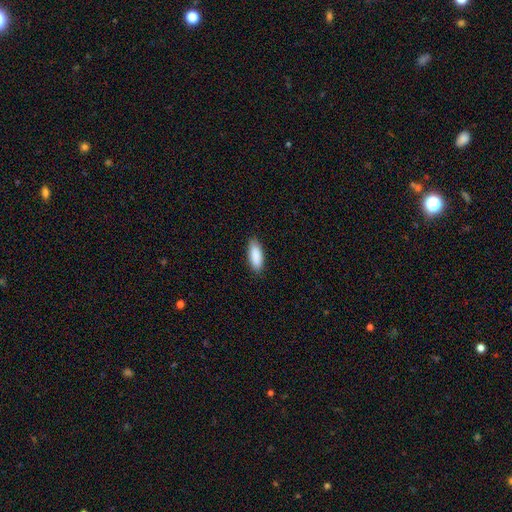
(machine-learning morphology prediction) Smooth or featured?
  - smooth: 90% *
  - star or artifact: 5%
  - featured or disk: 4%
How rounded?
  - in between: 75% *
  - cigar-shaped: 24%
  - round: 2%
Merging?
  - none: 88% *
  - minor disturbance: 10%
  - major disturbance: 2%
  - merger: 1%